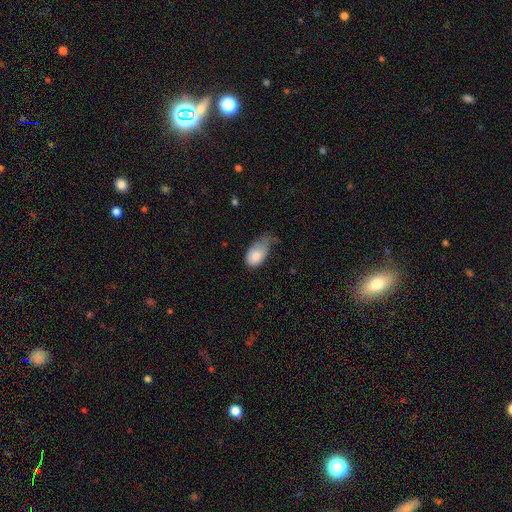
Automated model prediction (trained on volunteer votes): smooth 83%, featured or disk 9%, star or artifact 7%. Down the decision tree: how rounded — in between (91%); merging — minor disturbance (46%).